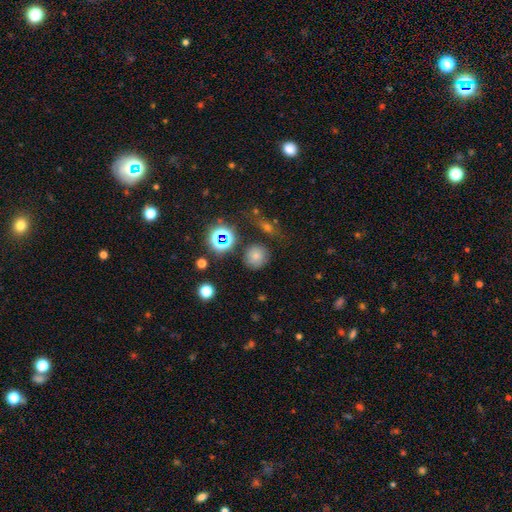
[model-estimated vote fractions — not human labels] This is likely a smooth galaxy (69%). How rounded: clearly round (90%). Merging: likely none (77%).